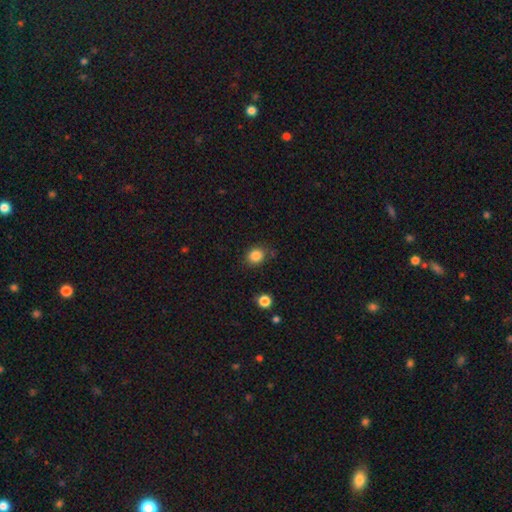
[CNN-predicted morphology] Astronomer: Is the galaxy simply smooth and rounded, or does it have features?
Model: smooth — 85%.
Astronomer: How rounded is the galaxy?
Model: round — 65%.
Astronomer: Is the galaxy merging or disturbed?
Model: none — 79%.